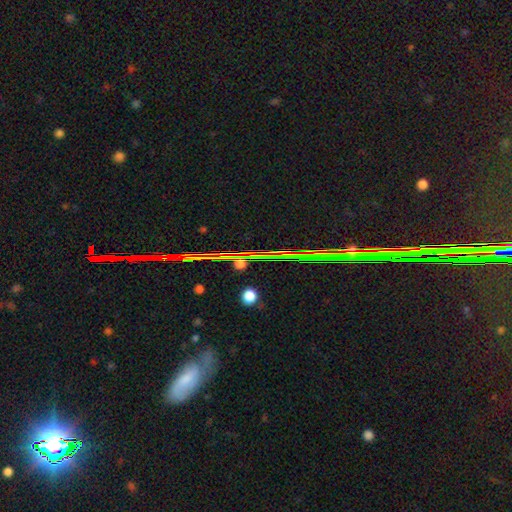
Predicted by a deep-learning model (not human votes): smooth_or_featured: star or artifact (p=0.77) [alt: featured or disk p=0.13]